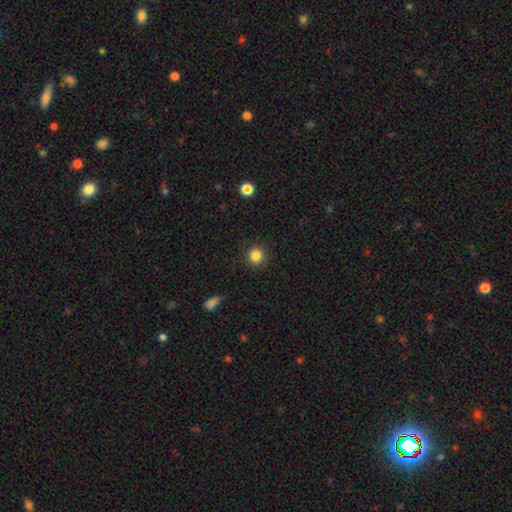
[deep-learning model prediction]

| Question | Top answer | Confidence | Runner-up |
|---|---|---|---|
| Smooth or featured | smooth | 84% | star or artifact (11%) |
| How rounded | round | 93% | in between (6%) |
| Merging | none | 90% | minor disturbance (7%) |